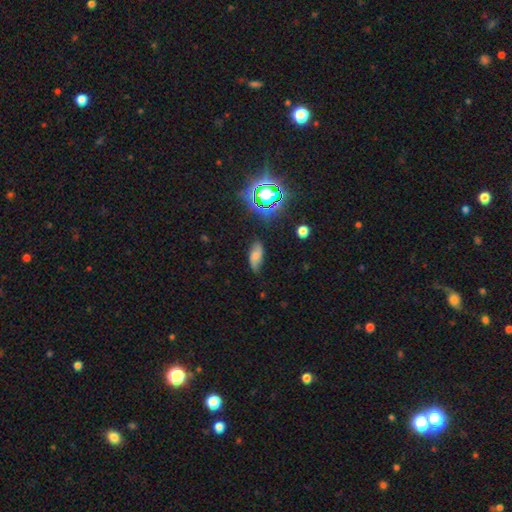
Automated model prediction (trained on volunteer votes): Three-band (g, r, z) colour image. It shows a smooth galaxy with no disk features (61%) that is in between round and cigar-shaped (83%). Merging: none (64%).